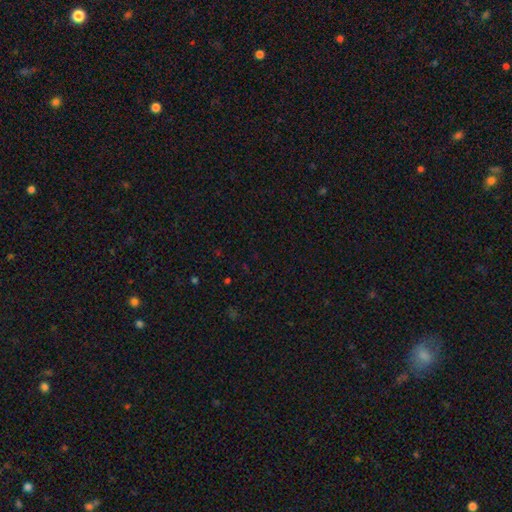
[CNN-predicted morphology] type=star or artifact (67%).